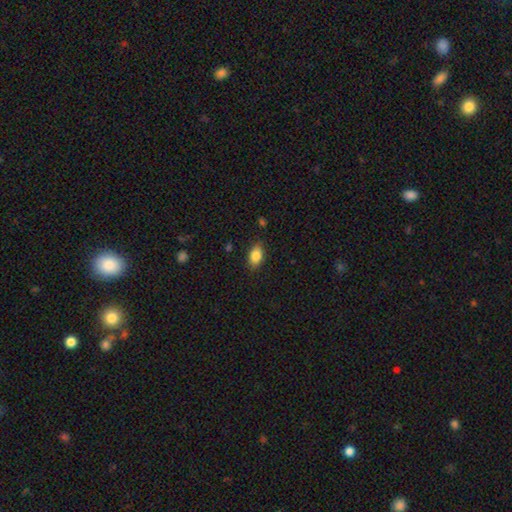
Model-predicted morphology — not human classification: smooth_or_featured: smooth (p=0.84) [alt: star or artifact p=0.08]
how_rounded: in between (p=0.86) [alt: round p=0.11]
merging: none (p=0.84) [alt: minor disturbance p=0.12]